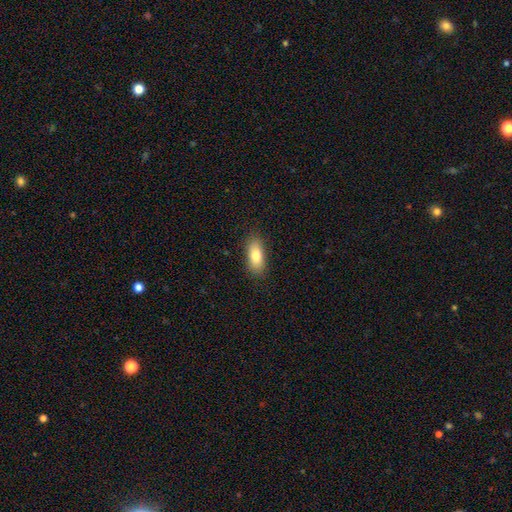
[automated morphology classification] A smooth galaxy with no disk features (79%) that is in between round and cigar-shaped (82%). Merging: none (86%).